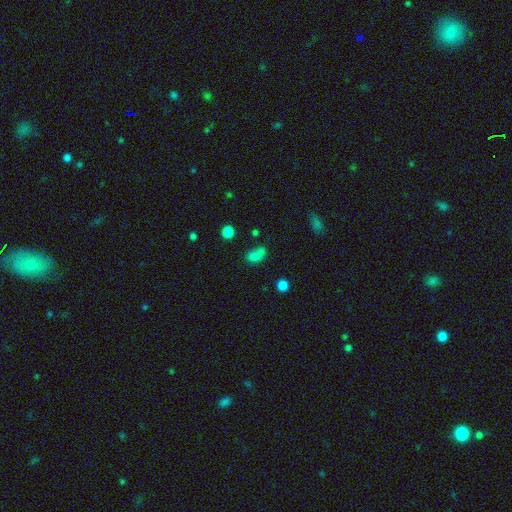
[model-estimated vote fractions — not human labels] smooth_or_featured: smooth (p=0.73) [alt: star or artifact p=0.16]
how_rounded: in between (p=0.74) [alt: round p=0.24]
merging: none (p=0.40) [alt: minor disturbance p=0.23]